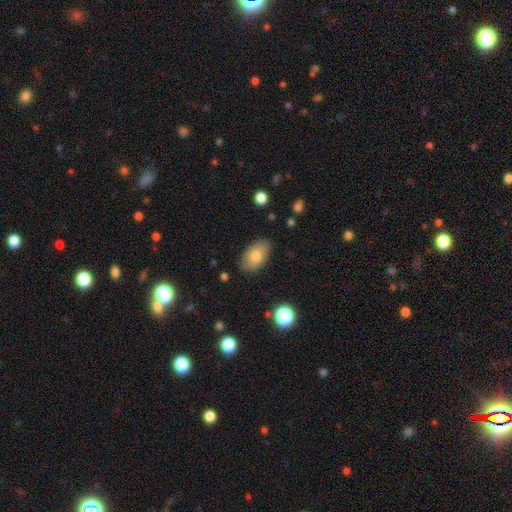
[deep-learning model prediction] smooth 78%, featured or disk 14%, star or artifact 8%. Down the decision tree: how rounded — in between (92%); merging — none (84%).